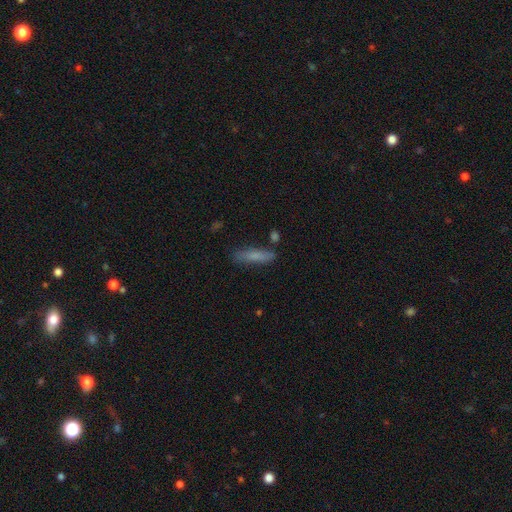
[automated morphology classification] Q: Smooth or featured?
A: smooth (75%); runner-up: featured or disk (17%)
Q: How rounded?
A: cigar-shaped (81%); runner-up: in between (17%)
Q: Merging?
A: none (77%); runner-up: minor disturbance (15%)